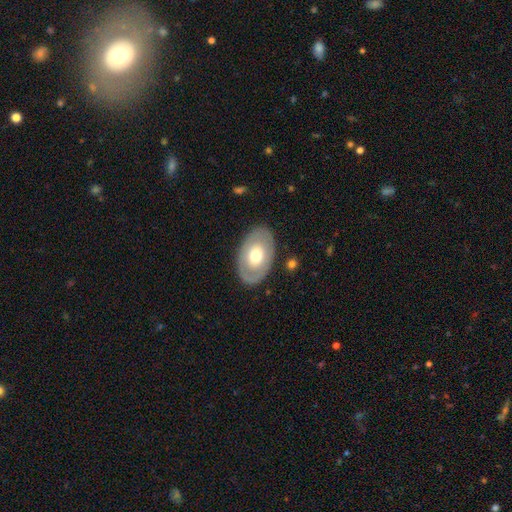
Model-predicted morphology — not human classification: type=smooth (51%); roundness=in between (86%); merging=none (84%).